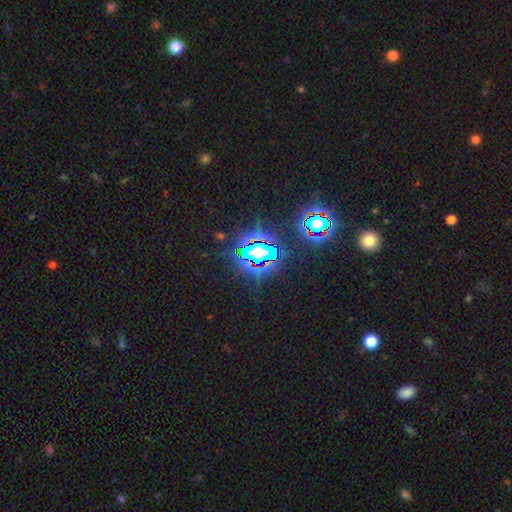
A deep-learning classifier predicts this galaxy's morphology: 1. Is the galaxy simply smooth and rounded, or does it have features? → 77% star or artifact, 13% smooth, 10% featured or disk.